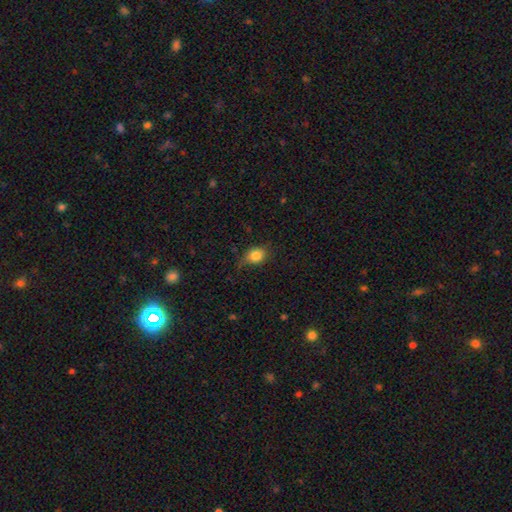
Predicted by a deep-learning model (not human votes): Overall: smooth (82%). How rounded: round (54%; in between 45%). Merging: none (61%; minor disturbance 27%).